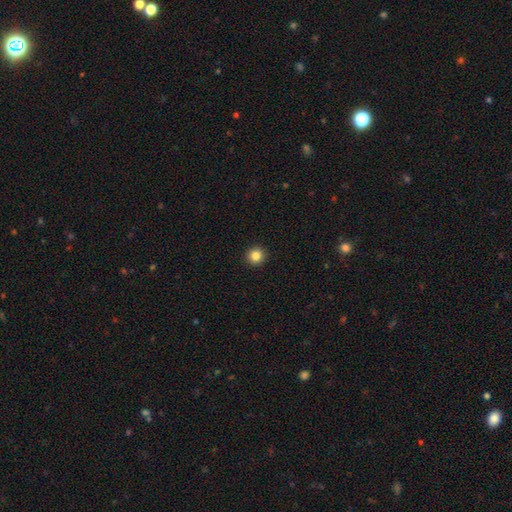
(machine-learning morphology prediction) type=smooth (85%); roundness=round (94%); merging=none (93%).